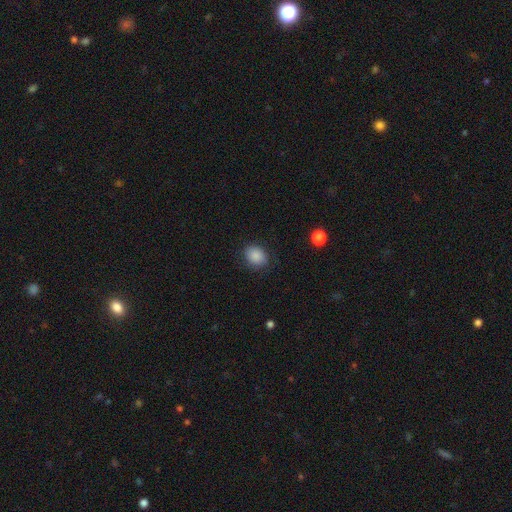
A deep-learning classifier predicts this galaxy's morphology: The model was most divided on "how rounded": in between: 50%, round: 49%, cigar-shaped: 1%. More confident: smooth or featured — smooth (87%); merging — none (83%).